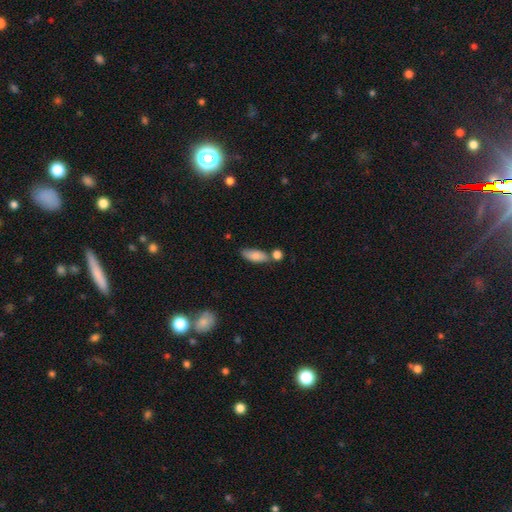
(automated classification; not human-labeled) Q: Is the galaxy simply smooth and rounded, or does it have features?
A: smooth — 82%.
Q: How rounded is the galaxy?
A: in between — 74%.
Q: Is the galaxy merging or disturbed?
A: none — 58%.